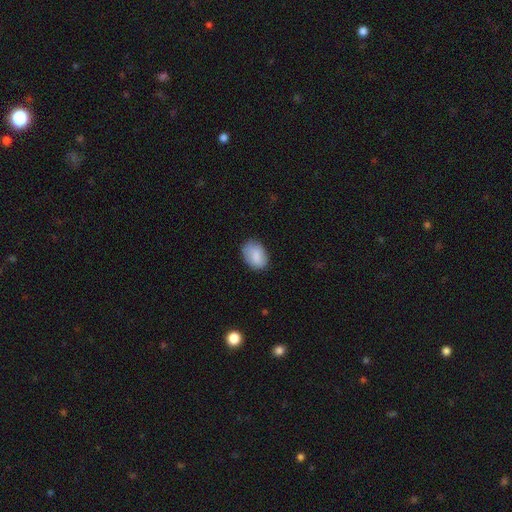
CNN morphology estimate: Q: Smooth or featured?
A: smooth (83%); runner-up: featured or disk (10%)
Q: How rounded?
A: in between (81%); runner-up: round (18%)
Q: Merging?
A: none (76%); runner-up: minor disturbance (18%)